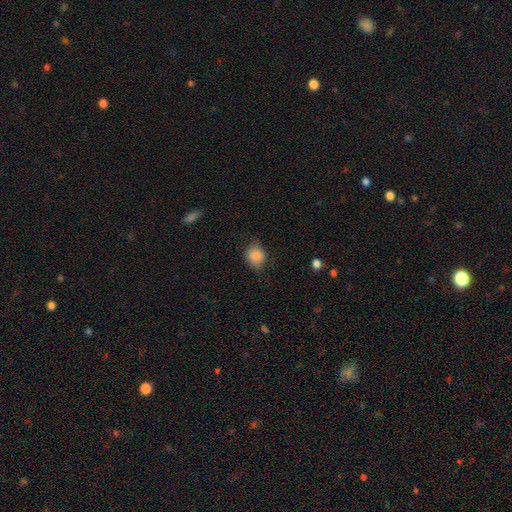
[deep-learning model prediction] smooth_or_featured: smooth (p=0.86) [alt: star or artifact p=0.08]
how_rounded: round (p=0.60) [alt: in between p=0.39]
merging: none (p=0.68) [alt: minor disturbance p=0.24]